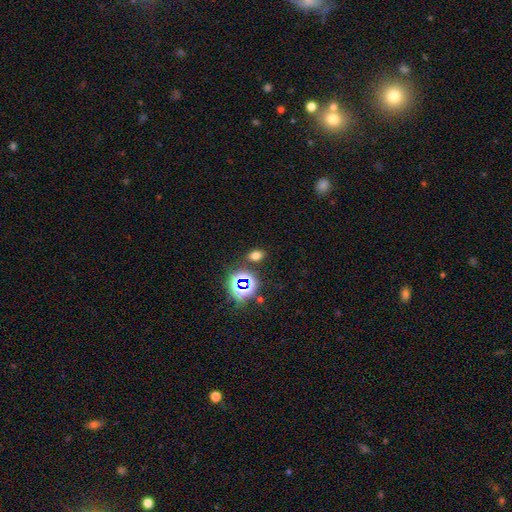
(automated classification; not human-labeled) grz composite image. It shows a smooth galaxy with no disk features (64%) that is in between round and cigar-shaped (78%). Merging: none (83%).